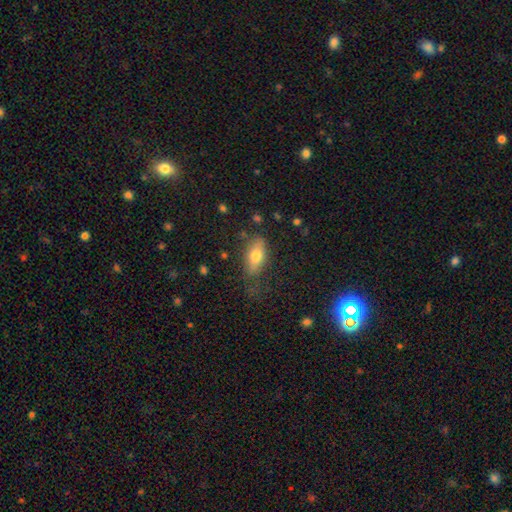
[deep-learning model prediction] Morphology: type=smooth (71%); roundness=in between (80%); merging=none (64%).